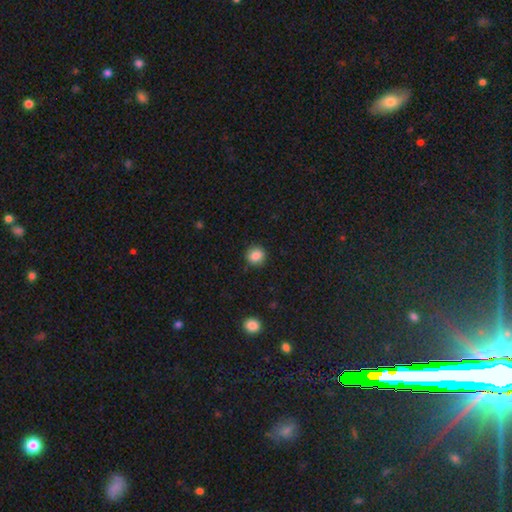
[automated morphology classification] Smooth or featured? Predicted: smooth (p=0.85). How rounded? Predicted: round (p=0.88). Merging? Predicted: none (p=0.90).